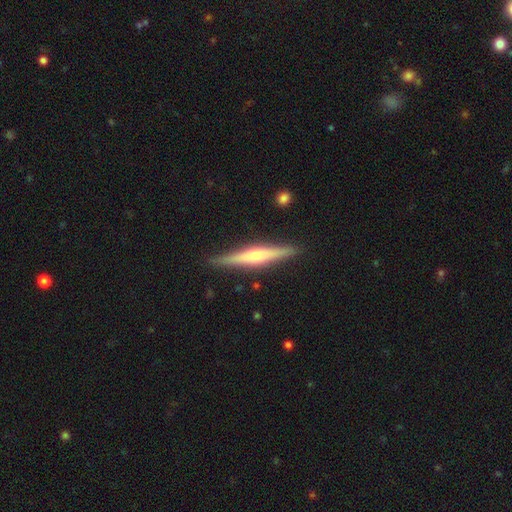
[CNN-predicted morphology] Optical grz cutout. It shows a featured or disk galaxy (65%) viewed edge-on (97%) with a rounded central bulge (75%). Merging: none (89%).